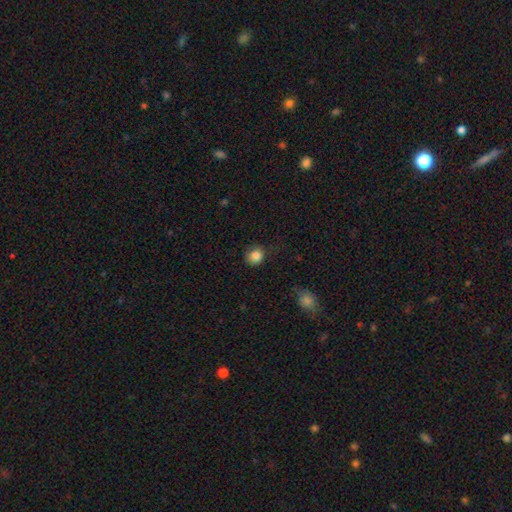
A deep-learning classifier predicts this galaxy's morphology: smooth-or-featured: smooth: 85% | star or artifact: 10% | featured or disk: 4%
  how-rounded: round: 83% | in between: 16% | cigar-shaped: 1%
  merging: none: 69% | minor disturbance: 22% | major disturbance: 7% | merger: 2%